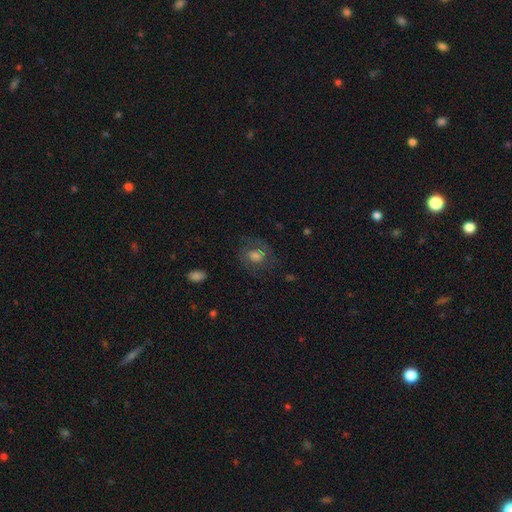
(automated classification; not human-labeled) Smooth or featured?
  - featured or disk: 48% *
  - smooth: 37%
  - star or artifact: 14%
Merging?
  - none: 69% *
  - minor disturbance: 17%
  - major disturbance: 13%
  - merger: 1%